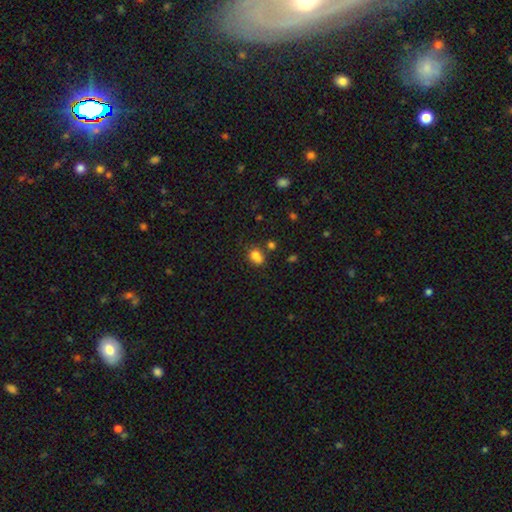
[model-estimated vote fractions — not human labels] A smooth galaxy with no disk features (77%) that is in between round and cigar-shaped (57%).

Vote fractions:
- Smooth or featured? smooth: 77% / star or artifact: 13% / featured or disk: 10%
- How rounded? in between: 57% / round: 41% / cigar-shaped: 2%
- Merging? none: 46% / merger: 27% / minor disturbance: 20% / major disturbance: 7%